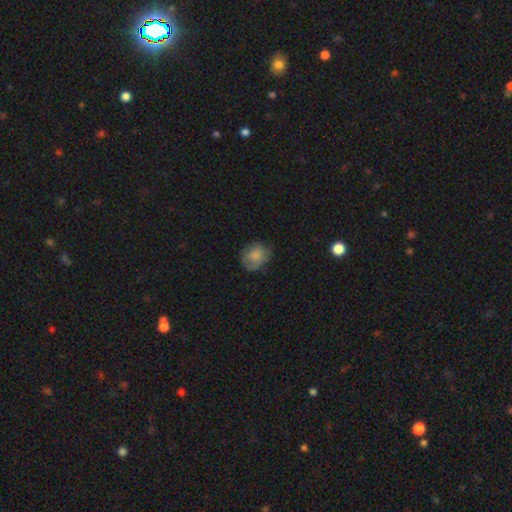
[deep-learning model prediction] Smooth or featured? Predicted: smooth (p=0.74). How rounded? Predicted: round (p=0.71). Merging? Predicted: none (p=0.67).